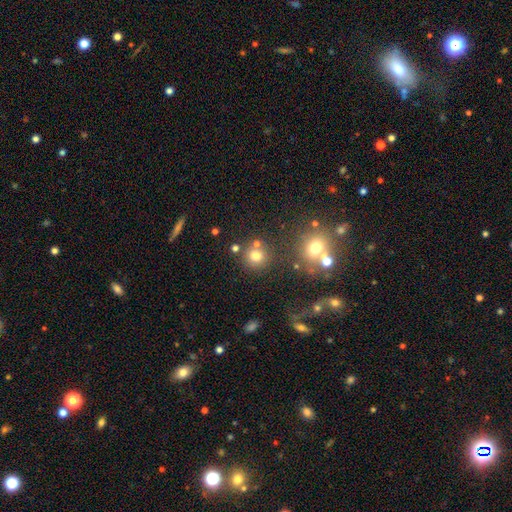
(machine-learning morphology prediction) Smooth or featured? smooth (73%)
How rounded? round (91%)
Merging? none (73%)